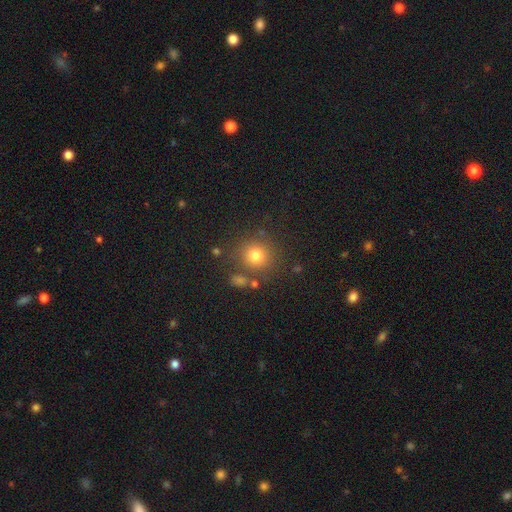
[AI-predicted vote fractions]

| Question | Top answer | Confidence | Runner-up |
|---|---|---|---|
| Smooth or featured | smooth | 76% | star or artifact (15%) |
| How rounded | round | 90% | in between (9%) |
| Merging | none | 80% | minor disturbance (10%) |